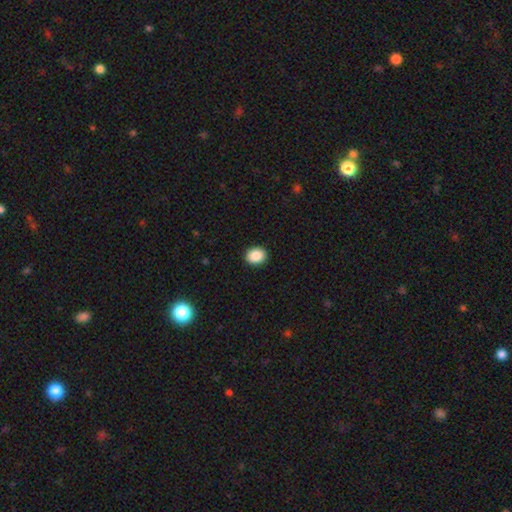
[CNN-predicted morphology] Q: Smooth or featured?
A: smooth (88%); runner-up: star or artifact (8%)
Q: How rounded?
A: round (58%); runner-up: in between (41%)
Q: Merging?
A: none (92%); runner-up: minor disturbance (5%)